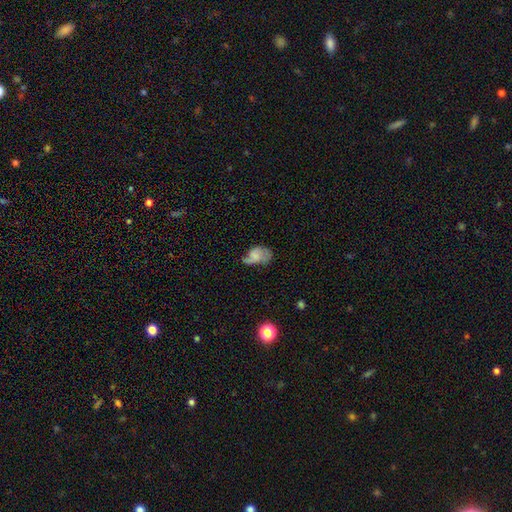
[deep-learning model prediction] This appears to be a smooth galaxy with no disk features (51%) that is in between round and cigar-shaped (86%). Merging: major disturbance (33%, tied with minor disturbance).